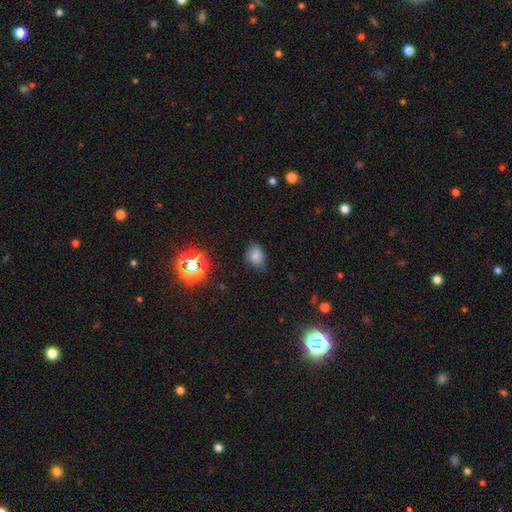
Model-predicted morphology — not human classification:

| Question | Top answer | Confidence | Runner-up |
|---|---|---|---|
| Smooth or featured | smooth | 75% | star or artifact (18%) |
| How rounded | in between | 65% | round (34%) |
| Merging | none | 70% | minor disturbance (24%) |